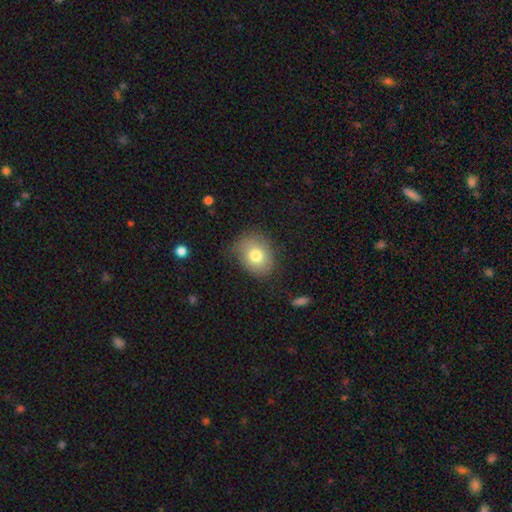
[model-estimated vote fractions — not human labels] Smooth or featured?
  - smooth: 77% *
  - featured or disk: 13%
  - star or artifact: 10%
How rounded?
  - in between: 51% *
  - round: 48%
  - cigar-shaped: 1%
Merging?
  - none: 72% *
  - minor disturbance: 21%
  - major disturbance: 6%
  - merger: 2%